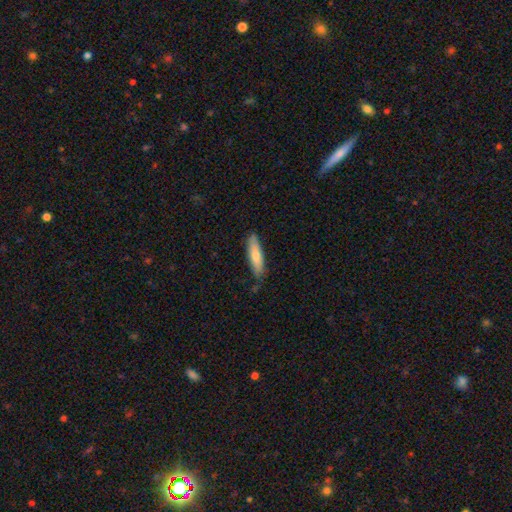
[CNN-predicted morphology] Smooth or featured? Predicted: smooth (p=0.73). How rounded? Predicted: cigar-shaped (p=0.71). Merging? Predicted: none (p=0.82).